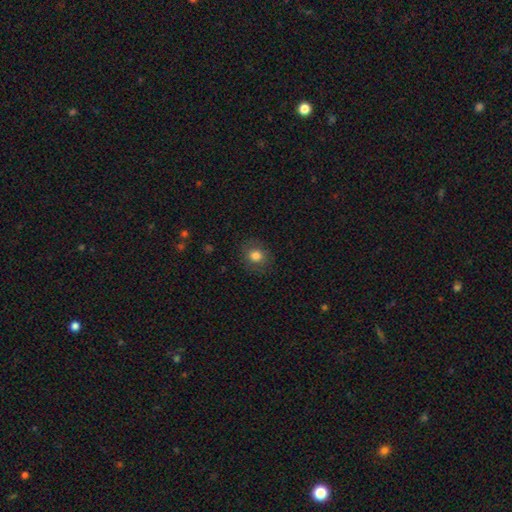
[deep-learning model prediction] This is clearly a smooth galaxy (81%). How rounded: likely round (71%). Merging: clearly none (86%).